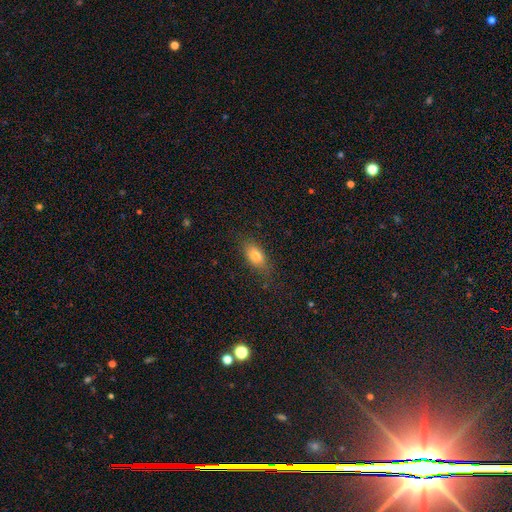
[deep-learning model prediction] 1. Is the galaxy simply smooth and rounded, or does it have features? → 78% smooth, 13% featured or disk, 9% star or artifact.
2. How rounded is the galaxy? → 84% in between, 8% round, 8% cigar-shaped.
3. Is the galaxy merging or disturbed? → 77% none, 17% minor disturbance, 5% major disturbance, 1% merger.